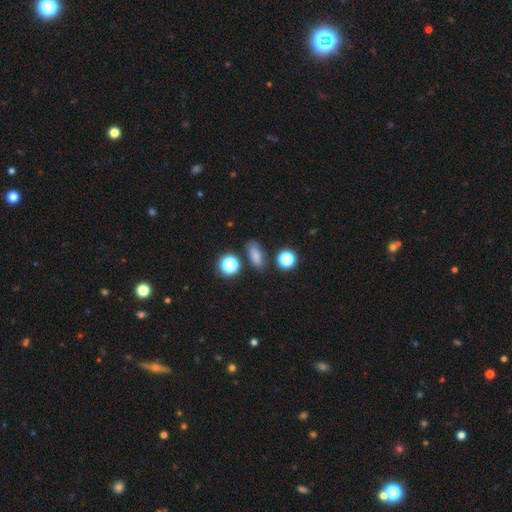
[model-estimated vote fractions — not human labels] Smooth or featured: smooth — 71% (star or artifact — 18%)
How rounded: in between — 73% (round — 17%)
Merging: none — 75% (minor disturbance — 15%)